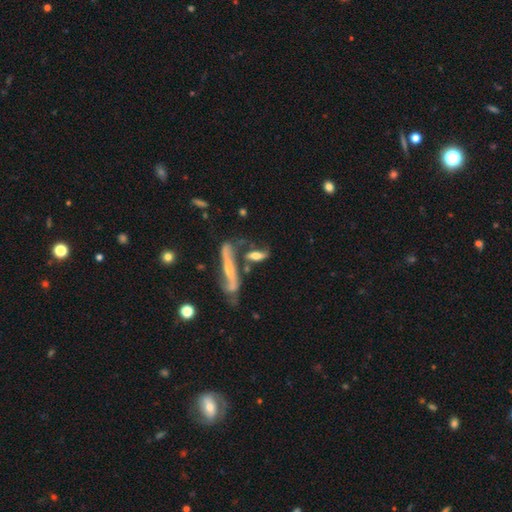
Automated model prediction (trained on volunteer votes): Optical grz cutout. It shows a smooth galaxy with no disk features (46%). Merging: none (40%).